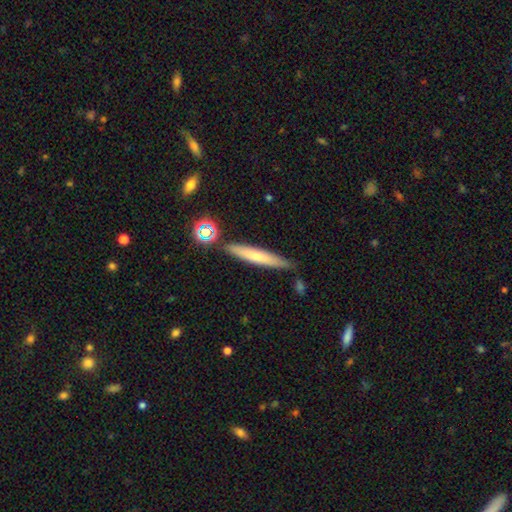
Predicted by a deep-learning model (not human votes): smooth-or-featured: smooth: 57% | featured or disk: 35% | star or artifact: 8%
  how-rounded: cigar-shaped: 93% | in between: 6% | round: 1%
  merging: none: 83% | minor disturbance: 11% | merger: 4% | major disturbance: 2%